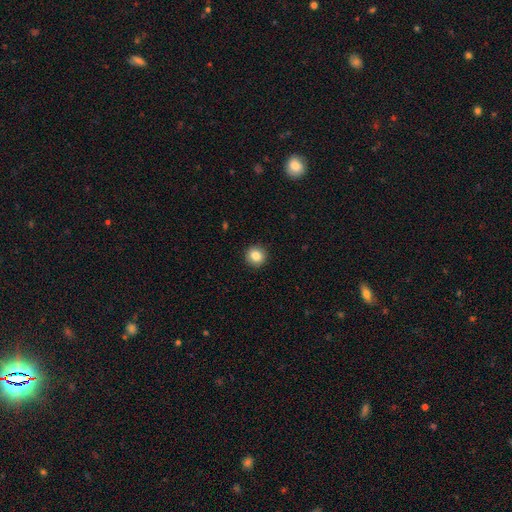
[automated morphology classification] The model was most divided on "smooth or featured": smooth: 85%, star or artifact: 10%, featured or disk: 5%. More confident: how rounded — round (93%); merging — none (93%).